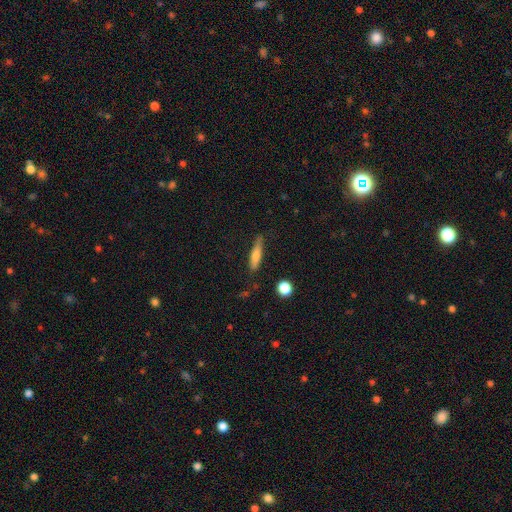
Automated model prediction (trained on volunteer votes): Smooth or featured?
  - smooth: 65% *
  - featured or disk: 27%
  - star or artifact: 8%
How rounded?
  - cigar-shaped: 83% *
  - in between: 15%
  - round: 2%
Merging?
  - none: 80% *
  - minor disturbance: 15%
  - major disturbance: 3%
  - merger: 2%